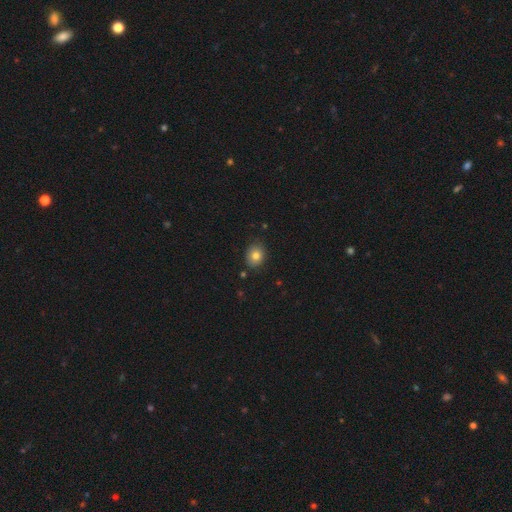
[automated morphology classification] Smooth or featured? Predicted: smooth (p=0.80). How rounded? Predicted: round (p=0.56). Merging? Predicted: none (p=0.84).